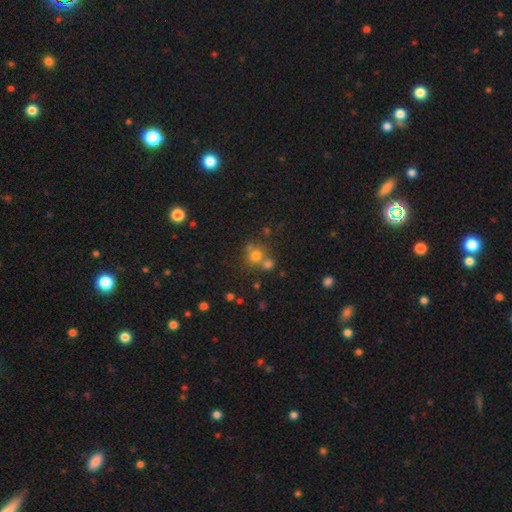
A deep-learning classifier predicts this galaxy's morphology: Q: Smooth or featured?
A: smooth (71%); runner-up: star or artifact (18%)
Q: How rounded?
A: round (85%); runner-up: in between (14%)
Q: Merging?
A: none (53%); runner-up: merger (34%)